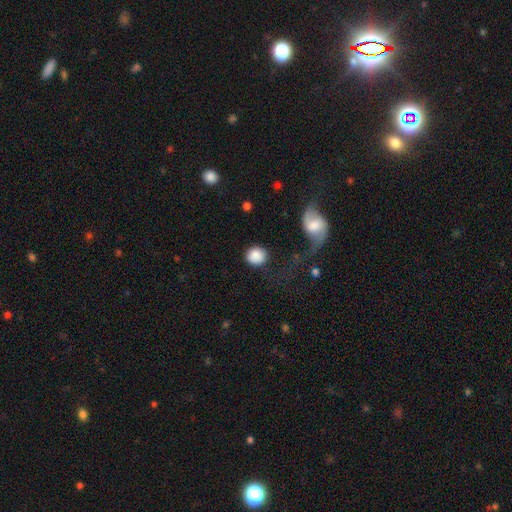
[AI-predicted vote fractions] Overall: smooth (86%). How rounded: round (83%). Merging: none (73%).